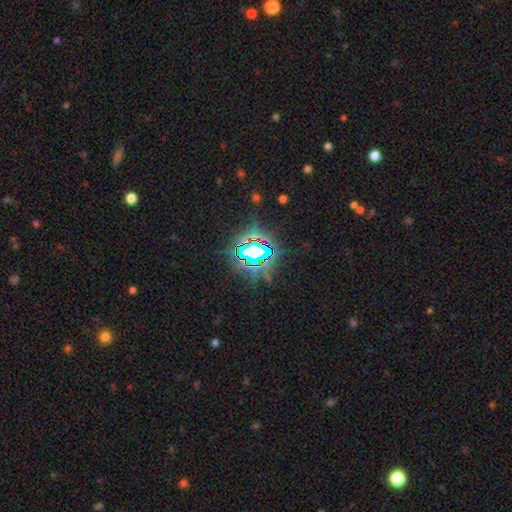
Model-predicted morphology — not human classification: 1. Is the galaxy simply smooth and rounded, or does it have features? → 76% star or artifact, 13% smooth, 11% featured or disk.